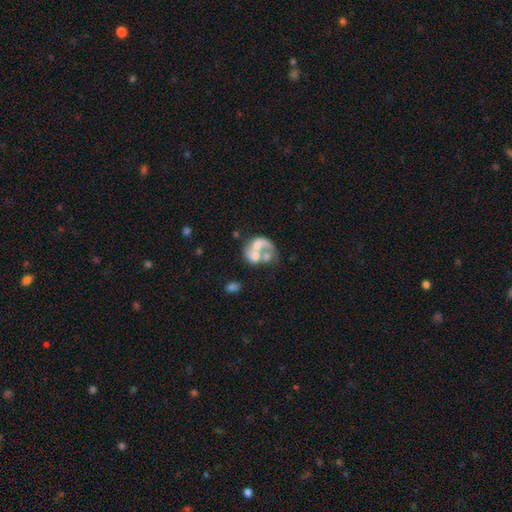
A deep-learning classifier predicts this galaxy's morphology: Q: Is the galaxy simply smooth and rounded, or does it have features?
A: featured or disk — 61%.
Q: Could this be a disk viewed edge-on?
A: no — 98%.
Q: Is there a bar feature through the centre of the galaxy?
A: no — 82%.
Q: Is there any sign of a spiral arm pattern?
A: no — 56%.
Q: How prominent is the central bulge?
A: none — 36%.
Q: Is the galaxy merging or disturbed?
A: merger — 51%.